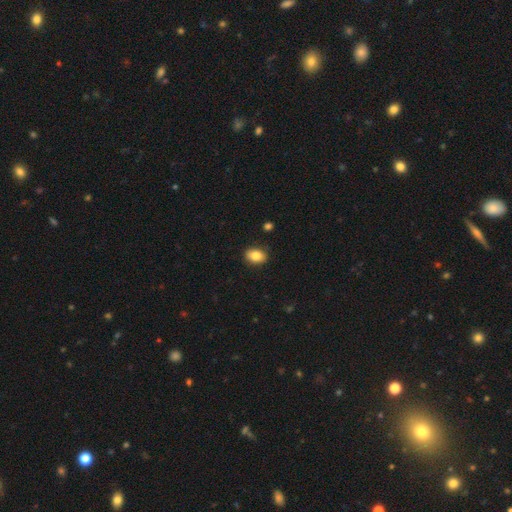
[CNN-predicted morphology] The model was most divided on "how rounded": in between: 77%, round: 21%, cigar-shaped: 1%. More confident: merging — none (86%); smooth or featured — smooth (85%).